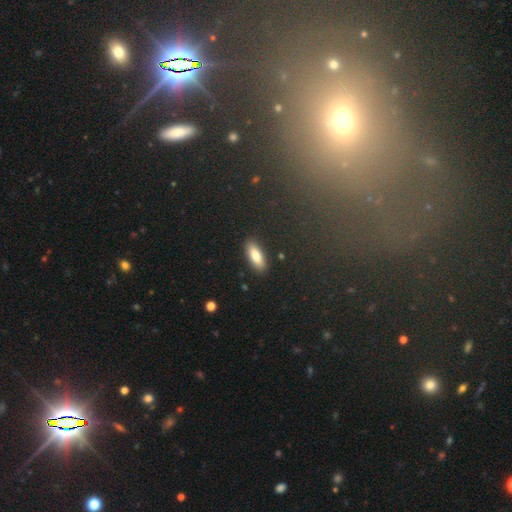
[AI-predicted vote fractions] Overall: smooth (80%). How rounded: in between (66%; cigar-shaped 32%). Merging: none (88%).